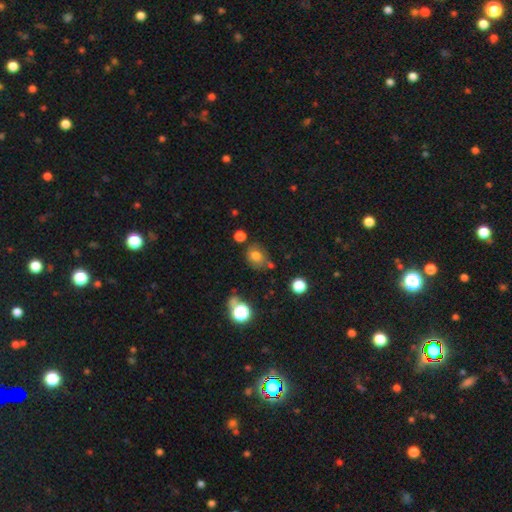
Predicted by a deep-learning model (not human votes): Smooth or featured: smooth — 74% (star or artifact — 15%)
How rounded: round — 58% (in between — 41%)
Merging: none — 64% (minor disturbance — 20%)